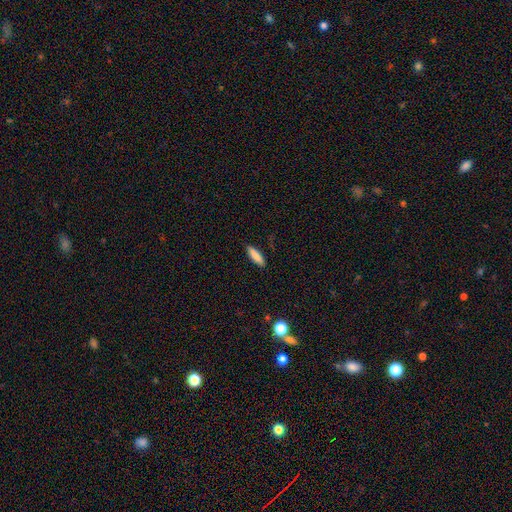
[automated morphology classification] smooth_or_featured: smooth (p=0.85) [alt: featured or disk p=0.08]
how_rounded: cigar-shaped (p=0.61) [alt: in between p=0.37]
merging: none (p=0.86) [alt: minor disturbance p=0.10]